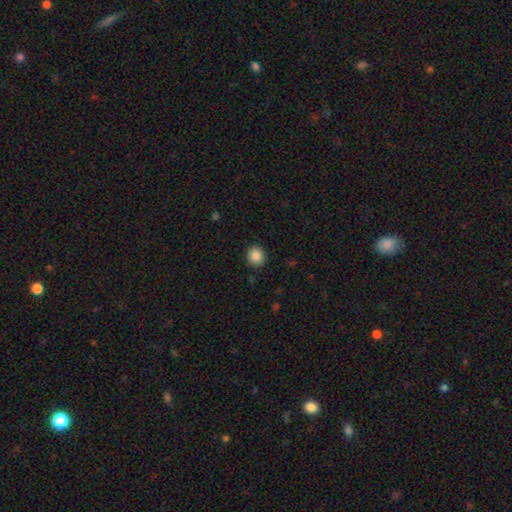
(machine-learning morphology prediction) Smooth or featured?
  - smooth: 87% *
  - star or artifact: 9%
  - featured or disk: 4%
How rounded?
  - round: 82% *
  - in between: 17%
  - cigar-shaped: 1%
Merging?
  - none: 90% *
  - minor disturbance: 7%
  - major disturbance: 2%
  - merger: 1%